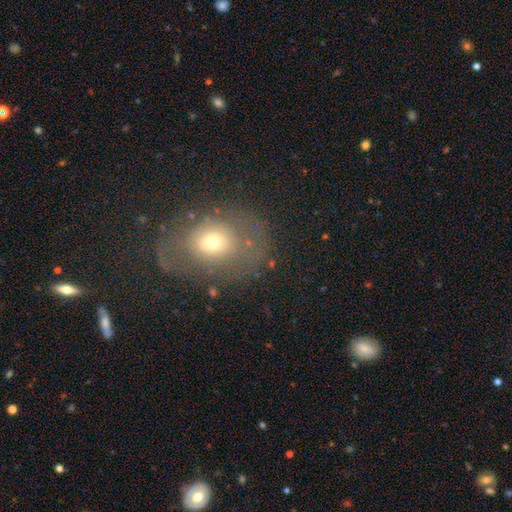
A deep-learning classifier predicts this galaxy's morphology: Q: Smooth or featured?
A: smooth (54%); runner-up: featured or disk (30%)
Q: How rounded?
A: in between (53%); runner-up: round (46%)
Q: Merging?
A: none (58%); runner-up: major disturbance (20%)